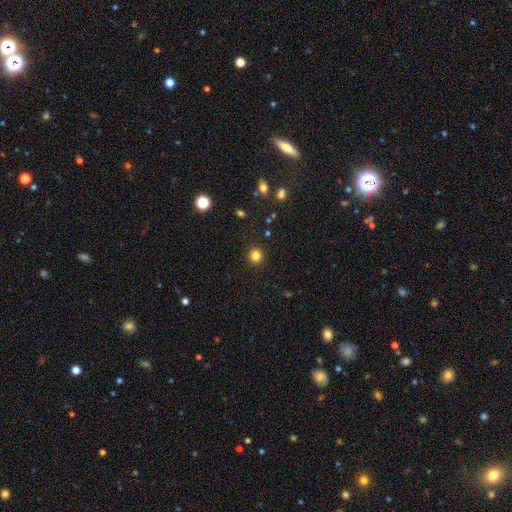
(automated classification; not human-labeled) This is clearly a smooth galaxy (82%). How rounded: clearly round (92%). Merging: clearly none (91%).